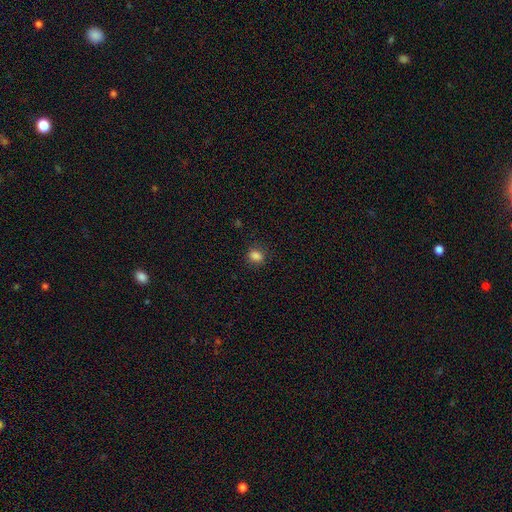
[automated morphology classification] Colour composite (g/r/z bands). It shows a smooth galaxy with no disk features (84%) that is in between round and cigar-shaped (52%). Merging: none (84%).